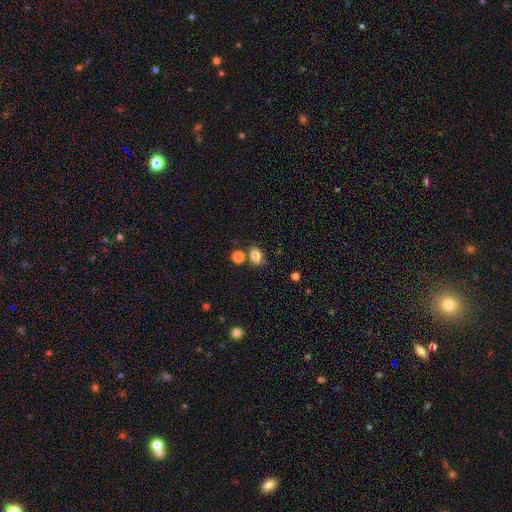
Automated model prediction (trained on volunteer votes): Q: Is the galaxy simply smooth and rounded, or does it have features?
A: smooth — 83%.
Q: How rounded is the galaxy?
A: in between — 60%.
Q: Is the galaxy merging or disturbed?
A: none — 65%.